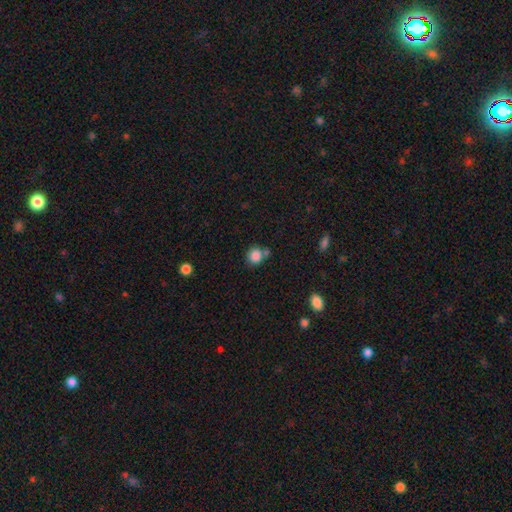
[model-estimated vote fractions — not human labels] smooth_or_featured: smooth (p=0.85) [alt: star or artifact p=0.10]
how_rounded: round (p=0.85) [alt: in between p=0.14]
merging: none (p=0.64) [alt: merger p=0.20]